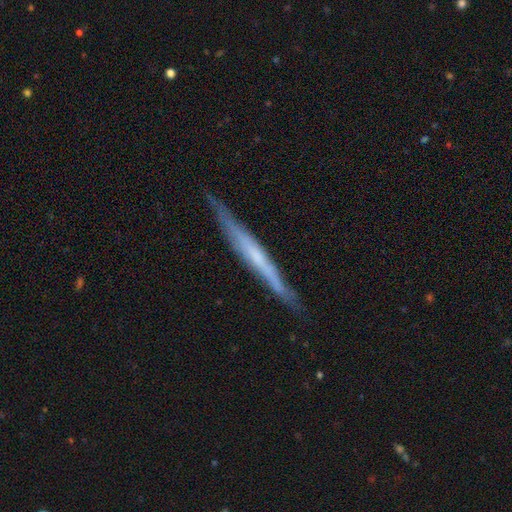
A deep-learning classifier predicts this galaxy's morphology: type=featured or disk (64%); edge-on=yes (95%); edge-on bulge=none (67%); merging=none (84%).